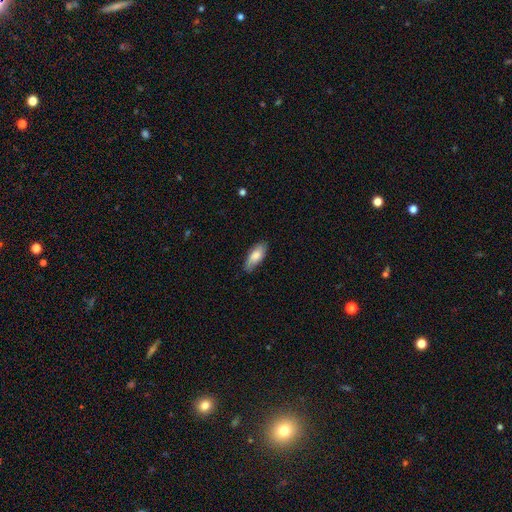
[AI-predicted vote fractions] The model was most divided on "how rounded": in between: 80%, cigar-shaped: 18%, round: 2%. More confident: merging — none (82%); smooth or featured — smooth (79%).